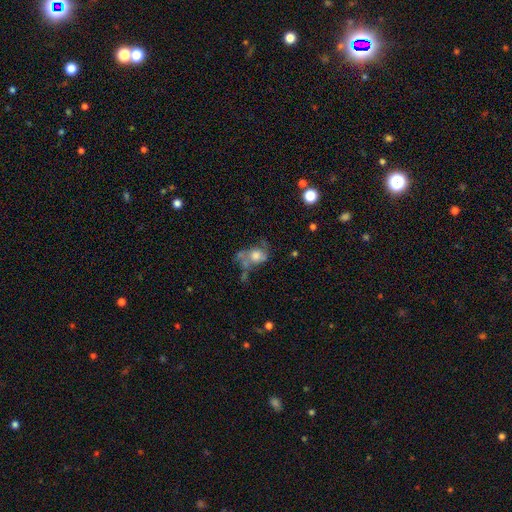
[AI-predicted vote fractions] smooth_or_featured: smooth (p=0.51) [alt: featured or disk p=0.37]
how_rounded: in between (p=0.55) [alt: round p=0.43]
merging: major disturbance (p=0.31) [alt: none p=0.28]